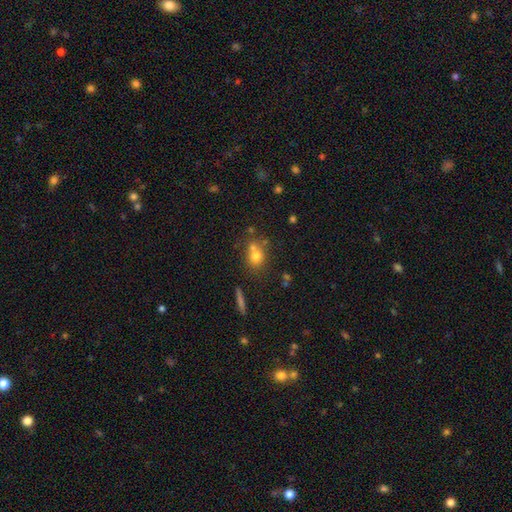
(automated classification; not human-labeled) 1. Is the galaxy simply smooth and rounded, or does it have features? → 70% smooth, 15% featured or disk, 15% star or artifact.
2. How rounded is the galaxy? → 68% round, 30% in between, 2% cigar-shaped.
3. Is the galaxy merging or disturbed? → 50% none, 33% merger, 12% minor disturbance, 5% major disturbance.